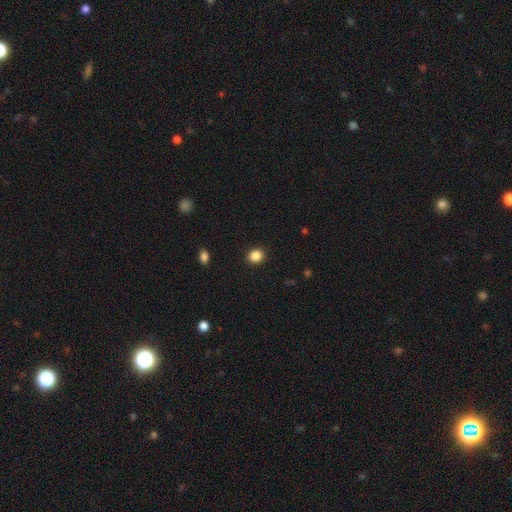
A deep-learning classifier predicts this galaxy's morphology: Overall: smooth (86%). How rounded: round (71%). Merging: none (91%).